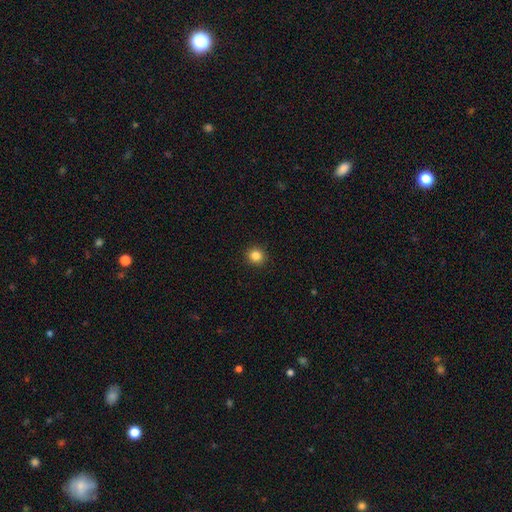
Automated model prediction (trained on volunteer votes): This appears to be a smooth galaxy with no disk features (85%) that is round (90%). Merging: none (93%).